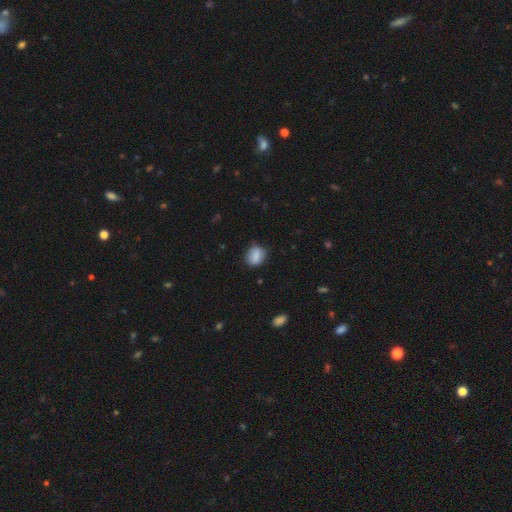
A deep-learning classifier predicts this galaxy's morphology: Smooth or featured? smooth (81%)
How rounded? round (50%)
Merging? none (76%)